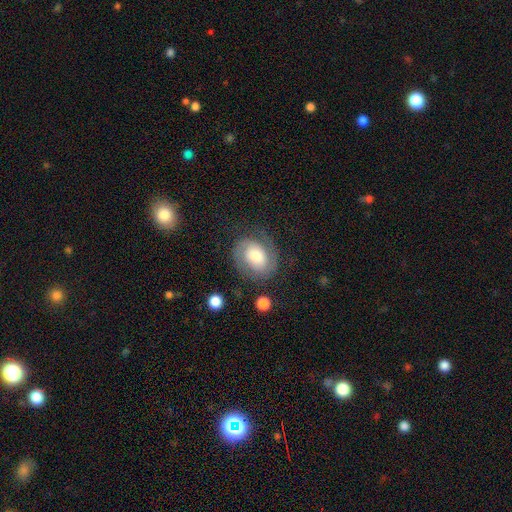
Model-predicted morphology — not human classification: Smooth or featured: featured or disk — 68% (smooth — 24%)
Edge-on disk: no — 97% (yes — 3%)
Bar: no — 61% (weak — 30%)
Spiral arms: yes — 91% (no — 9%)
Spiral winding: tight — 47% (medium — 40%)
Spiral arm count: 2 — 84% (can't tell — 7%)
Bulge size: moderate — 40% (large — 35%)
Merging: none — 73% (minor disturbance — 16%)